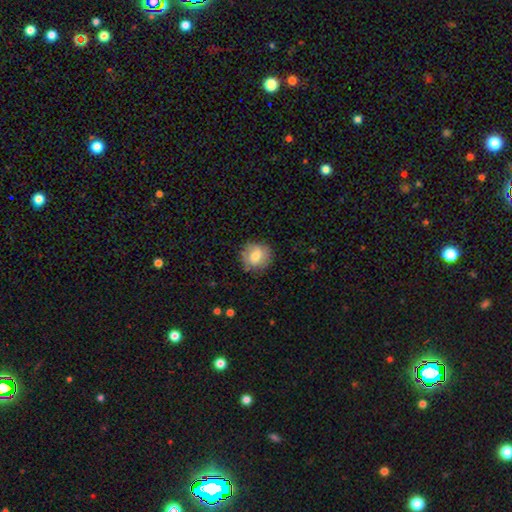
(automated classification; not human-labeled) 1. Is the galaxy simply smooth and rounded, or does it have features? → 77% smooth, 15% featured or disk, 8% star or artifact.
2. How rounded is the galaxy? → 86% round, 13% in between, 1% cigar-shaped.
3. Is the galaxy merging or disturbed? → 81% none, 14% minor disturbance, 4% major disturbance, 1% merger.